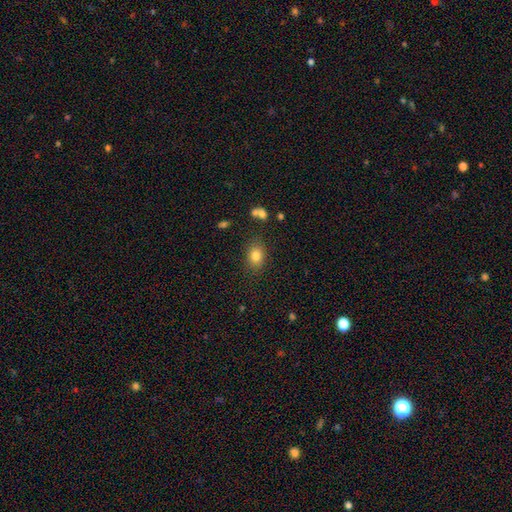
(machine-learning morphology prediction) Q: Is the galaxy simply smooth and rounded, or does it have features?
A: smooth — 82%.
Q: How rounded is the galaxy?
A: in between — 71%.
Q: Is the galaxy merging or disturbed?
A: none — 82%.